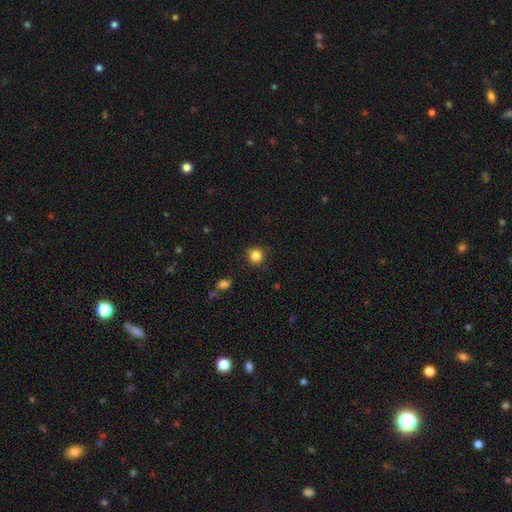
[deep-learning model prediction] This is clearly a smooth galaxy (83%). How rounded: clearly round (91%). Merging: clearly none (87%).